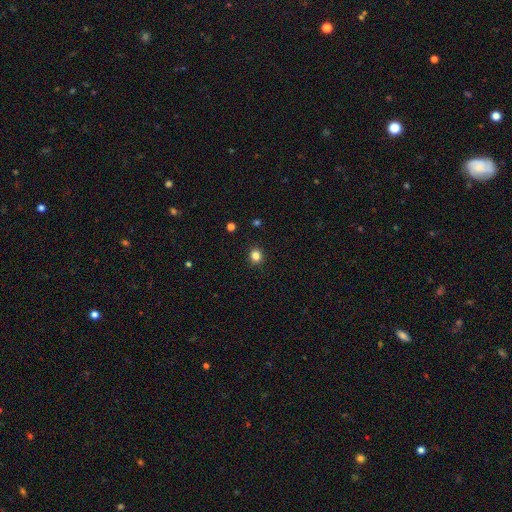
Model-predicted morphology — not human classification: type=smooth (83%); roundness=round (82%); merging=none (91%).